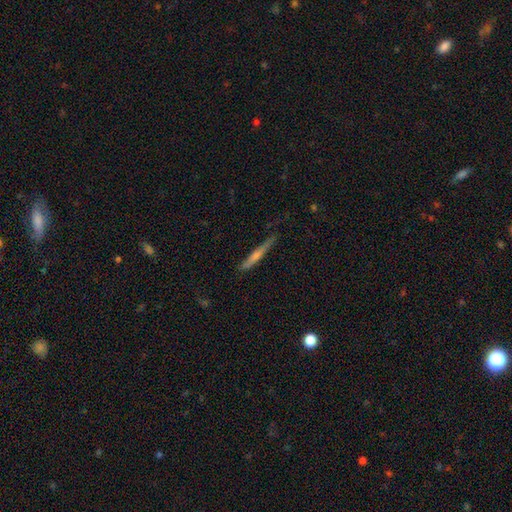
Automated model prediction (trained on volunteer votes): A featured or disk galaxy (57%) viewed edge-on (95%) with a rounded central bulge (62%). Merging: none (77%).